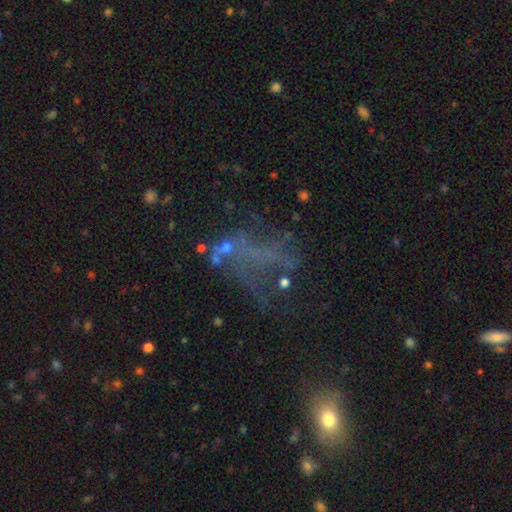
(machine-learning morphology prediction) type=featured or disk (43%); merging=none (41%).